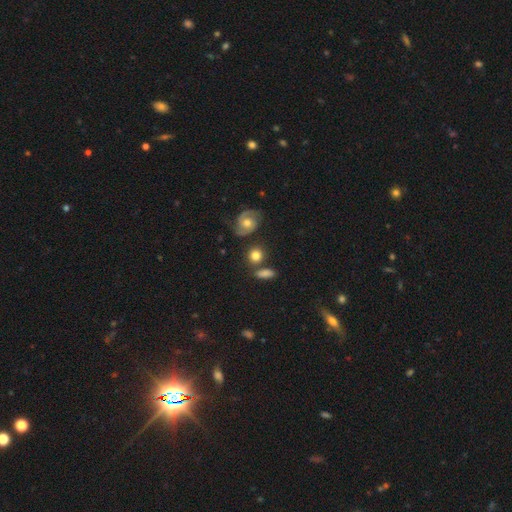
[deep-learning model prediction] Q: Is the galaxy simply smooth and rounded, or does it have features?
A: smooth — 74%.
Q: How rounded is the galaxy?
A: round — 63%.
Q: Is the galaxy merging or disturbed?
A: none — 67%.